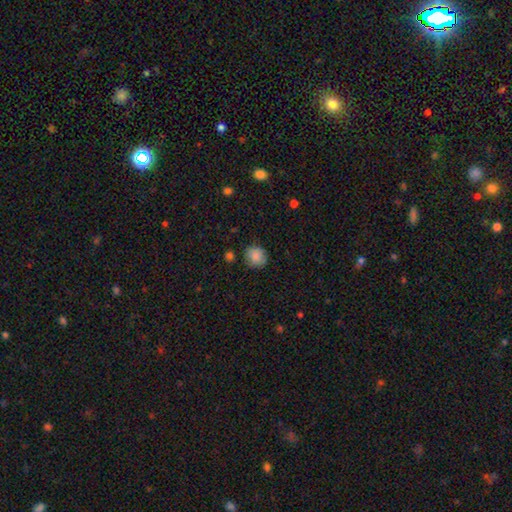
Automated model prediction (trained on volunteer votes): A smooth galaxy with no disk features (86%) that is round (83%).

Vote fractions:
- Smooth or featured? smooth: 86% / star or artifact: 9% / featured or disk: 5%
- How rounded? round: 83% / in between: 16% / cigar-shaped: 1%
- Merging? none: 80% / minor disturbance: 15% / major disturbance: 3% / merger: 2%